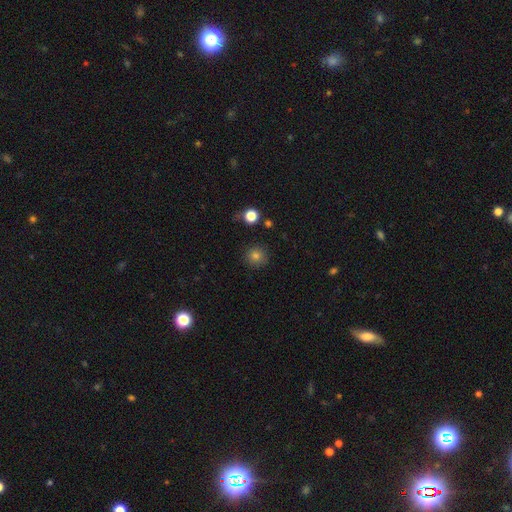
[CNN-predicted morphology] Smooth or featured? smooth (80%)
How rounded? round (94%)
Merging? none (87%)